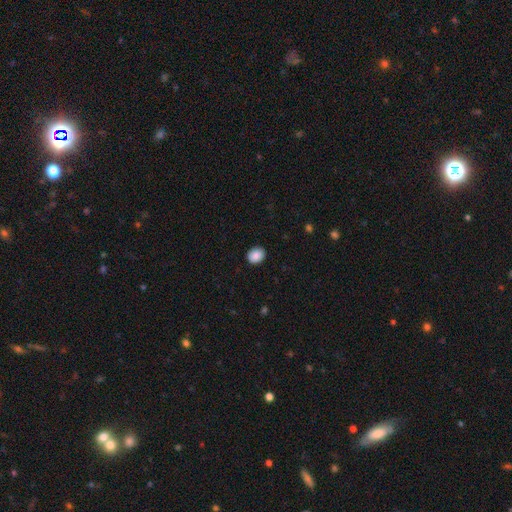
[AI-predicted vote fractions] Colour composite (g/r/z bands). It shows a smooth galaxy with no disk features (88%) that is round (55%). Merging: none (91%).